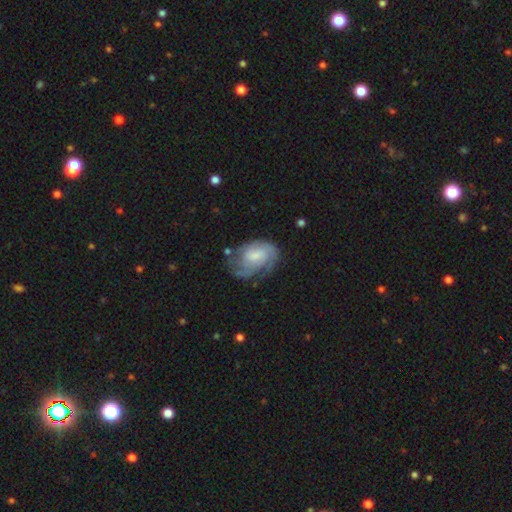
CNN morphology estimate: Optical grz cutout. It shows a featured or disk galaxy (67%) with no bar (49%), tight (50%) spiral arms (88%) and a moderate central bulge (35%). Merging: none (51%).